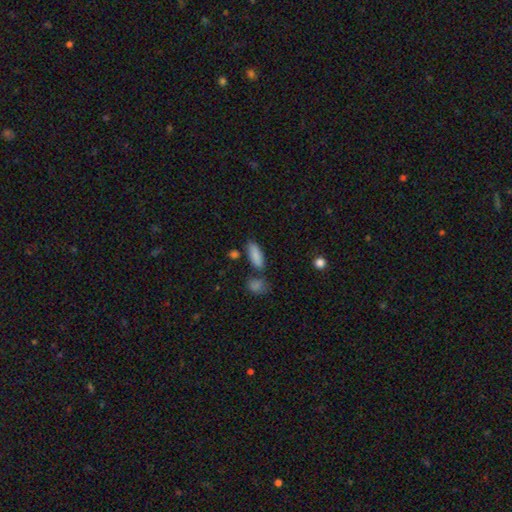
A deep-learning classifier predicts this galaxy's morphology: Overall: smooth (86%). How rounded: in between (69%). Merging: none (73%).